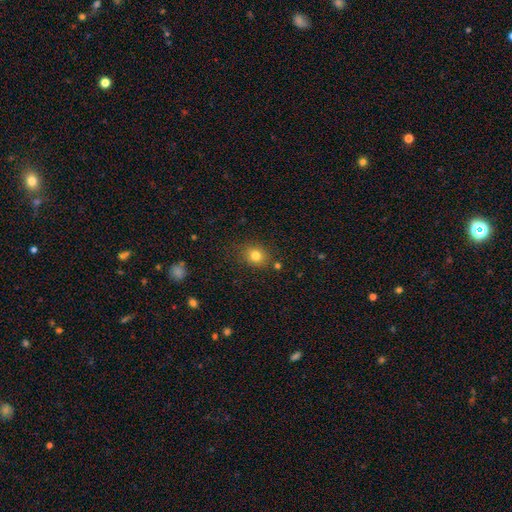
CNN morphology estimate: The model was most divided on "how rounded": round: 72%, in between: 27%, cigar-shaped: 1%. More confident: merging — none (82%); smooth or featured — smooth (80%).